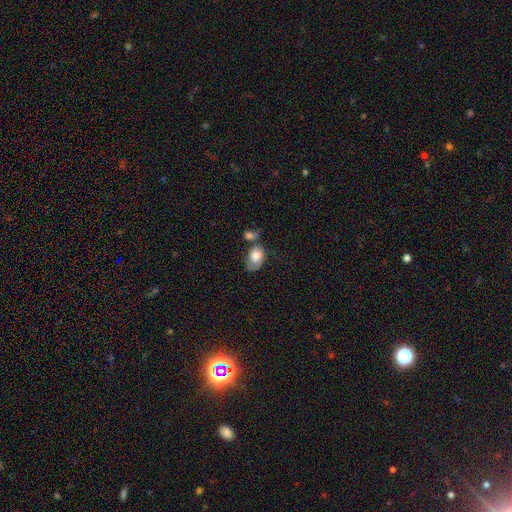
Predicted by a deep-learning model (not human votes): A smooth galaxy with no disk features (72%) that is in between round and cigar-shaped (82%). Merging: merger (33%).